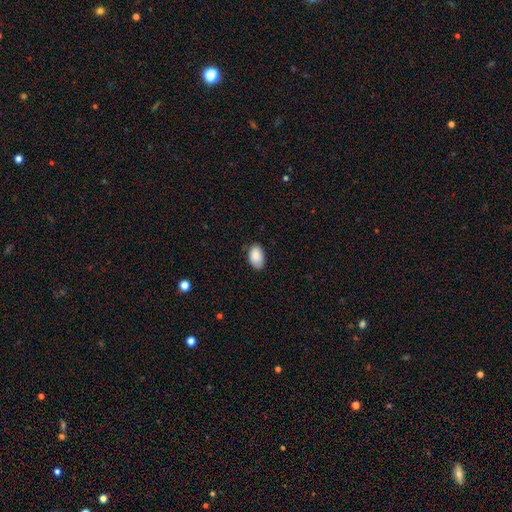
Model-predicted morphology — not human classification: Smooth or featured? Predicted: smooth (p=0.88). How rounded? Predicted: in between (p=0.93). Merging? Predicted: none (p=0.78).